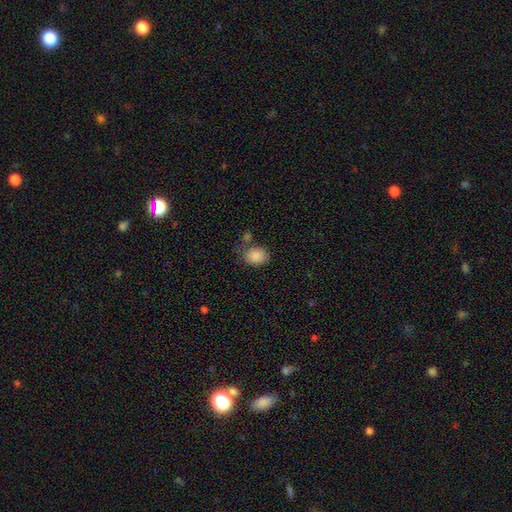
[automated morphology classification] Q: Smooth or featured?
A: smooth (87%); runner-up: star or artifact (8%)
Q: How rounded?
A: in between (65%); runner-up: round (34%)
Q: Merging?
A: none (65%); runner-up: minor disturbance (18%)